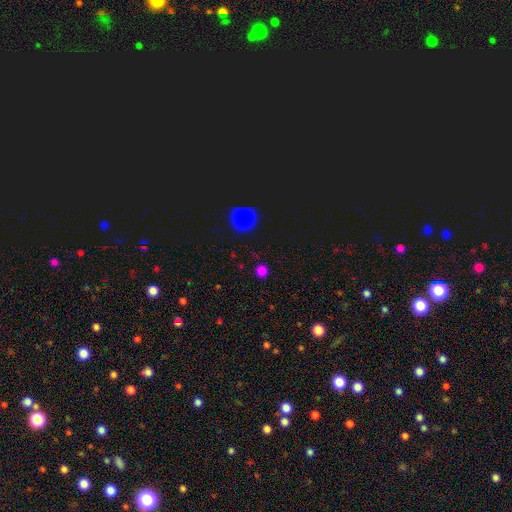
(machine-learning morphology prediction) Smooth or featured? Predicted: smooth (p=0.80). How rounded? Predicted: round (p=0.94). Merging? Predicted: none (p=0.90).